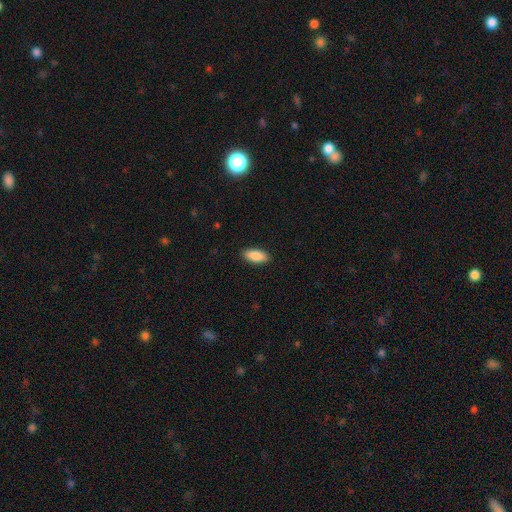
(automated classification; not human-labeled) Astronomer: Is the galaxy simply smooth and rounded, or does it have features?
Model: smooth — 87%.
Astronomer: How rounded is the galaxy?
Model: in between — 82%.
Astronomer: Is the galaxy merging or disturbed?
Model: none — 90%.